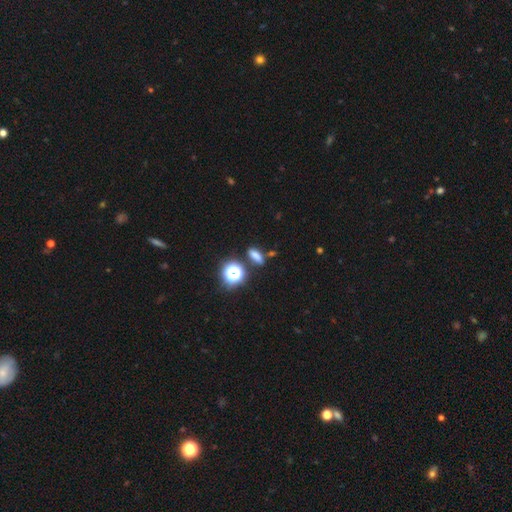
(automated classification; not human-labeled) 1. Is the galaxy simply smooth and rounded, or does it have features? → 71% smooth, 20% star or artifact, 9% featured or disk.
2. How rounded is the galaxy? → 52% in between, 30% cigar-shaped, 19% round.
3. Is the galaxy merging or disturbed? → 79% none, 11% minor disturbance, 6% merger, 4% major disturbance.